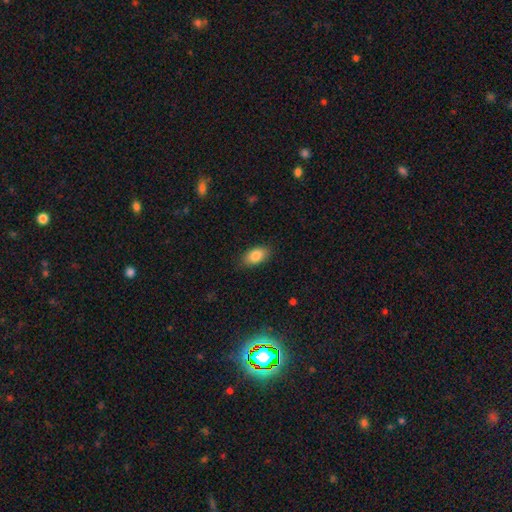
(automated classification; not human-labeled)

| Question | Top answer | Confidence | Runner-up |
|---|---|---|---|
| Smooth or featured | smooth | 86% | star or artifact (7%) |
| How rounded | in between | 91% | round (7%) |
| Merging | none | 84% | minor disturbance (12%) |